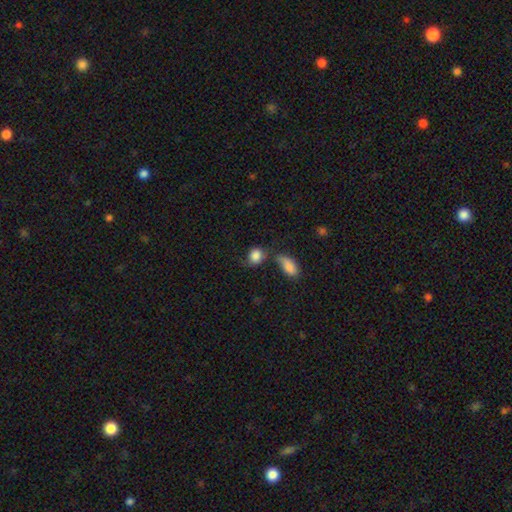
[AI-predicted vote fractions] Q: Smooth or featured?
A: smooth (84%); runner-up: star or artifact (8%)
Q: How rounded?
A: round (57%); runner-up: in between (41%)
Q: Merging?
A: none (43%); runner-up: merger (25%)